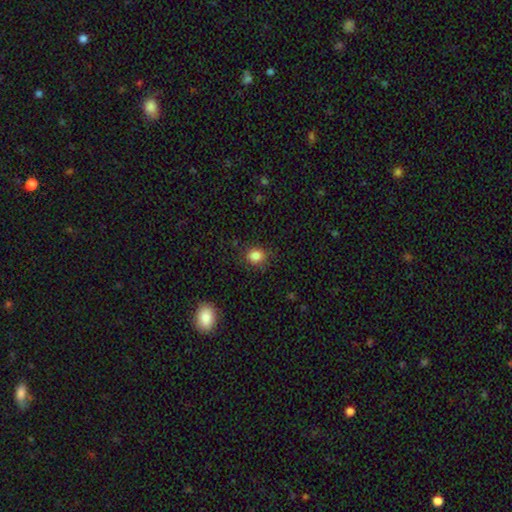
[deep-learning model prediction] Overall: smooth (85%). How rounded: round (63%; in between 36%). Merging: none (84%).